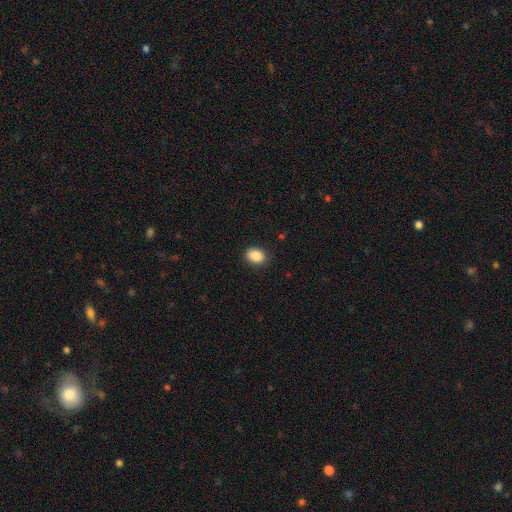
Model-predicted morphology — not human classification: This appears to be a smooth galaxy with no disk features (89%) that is in between round and cigar-shaped (65%). Merging: none (87%).